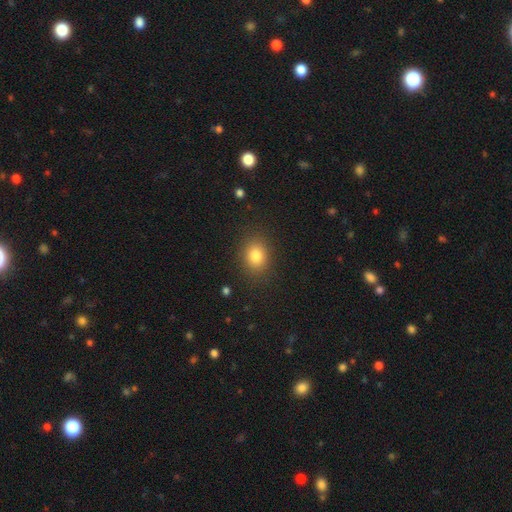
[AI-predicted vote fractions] Morphology: type=smooth (82%); roundness=round (51%); merging=none (86%).